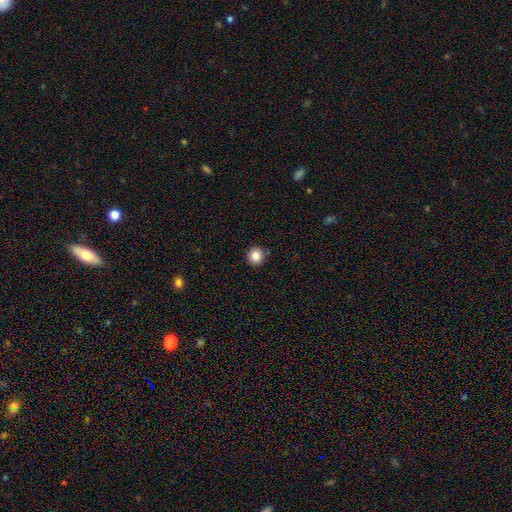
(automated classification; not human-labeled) This is clearly a smooth galaxy (84%). How rounded: clearly round (95%). Merging: clearly none (91%).